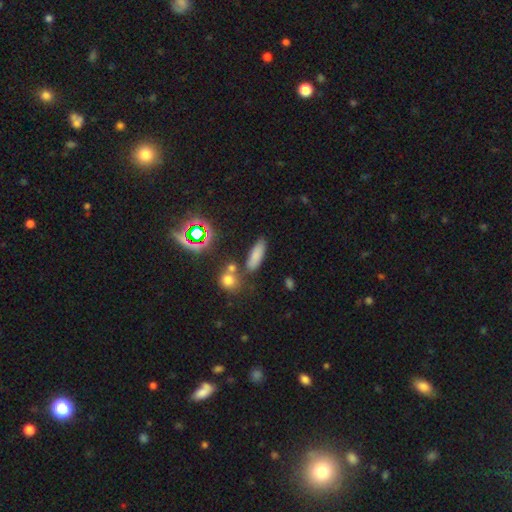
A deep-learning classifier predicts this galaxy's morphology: This appears to be a smooth galaxy with no disk features (74%) that is in between round and cigar-shaped (53%). Merging: none (74%).